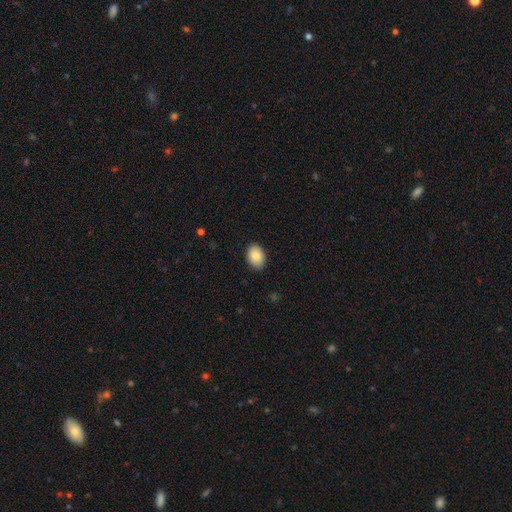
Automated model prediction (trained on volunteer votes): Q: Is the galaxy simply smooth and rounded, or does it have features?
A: smooth — 87%.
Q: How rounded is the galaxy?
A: in between — 80%.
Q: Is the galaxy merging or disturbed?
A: none — 86%.